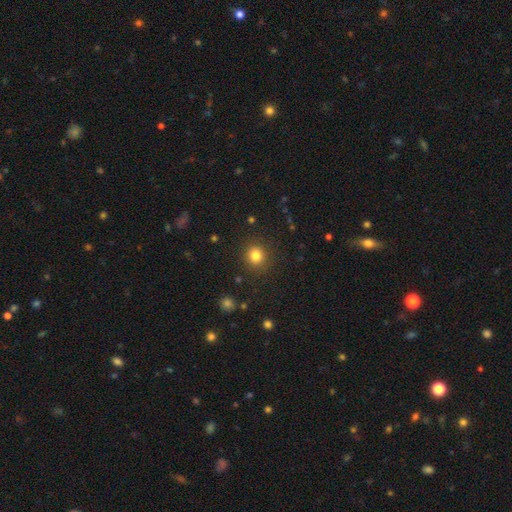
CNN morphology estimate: Smooth or featured: smooth — 82% (star or artifact — 12%)
How rounded: round — 89% (in between — 10%)
Merging: none — 89% (minor disturbance — 7%)